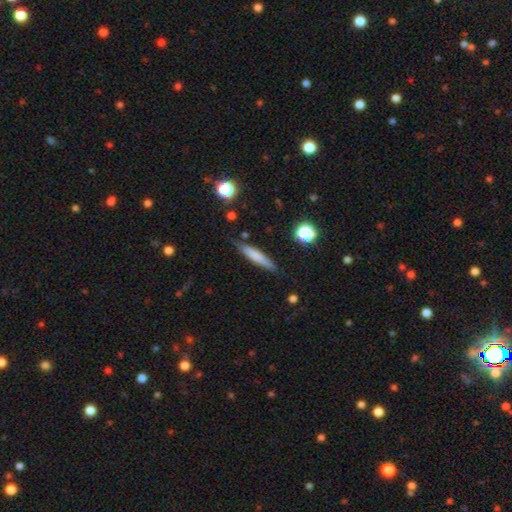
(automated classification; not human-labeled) Morphology: type=smooth (69%); roundness=cigar-shaped (90%); merging=none (81%).